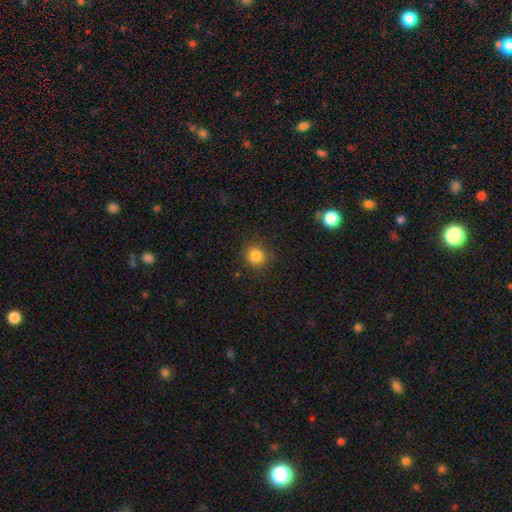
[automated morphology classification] type=smooth (84%); roundness=round (92%); merging=none (89%).